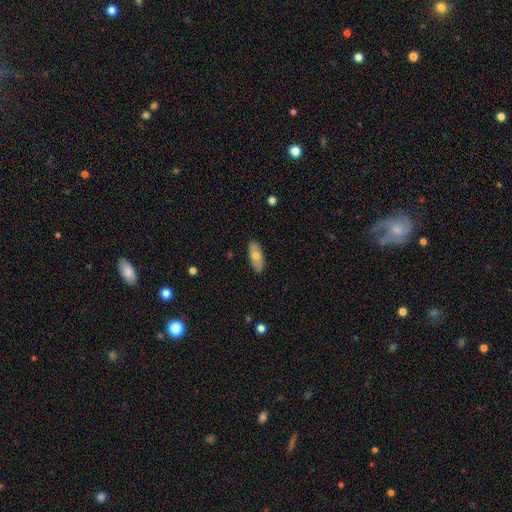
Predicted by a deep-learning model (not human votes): Smooth or featured? smooth (64%)
How rounded? in between (82%)
Merging? none (88%)